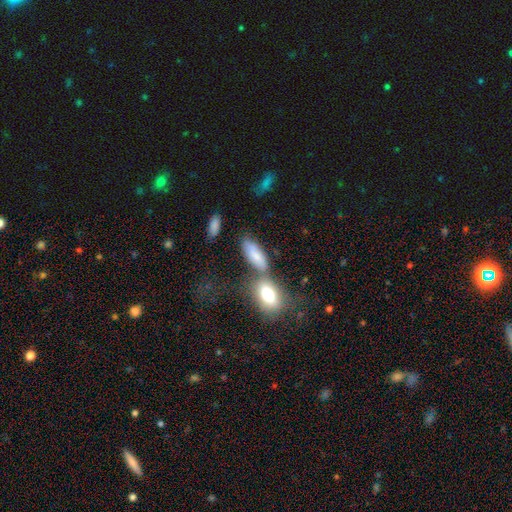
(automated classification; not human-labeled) Q: Smooth or featured?
A: smooth (72%); runner-up: featured or disk (19%)
Q: How rounded?
A: in between (73%); runner-up: cigar-shaped (23%)
Q: Merging?
A: none (49%); runner-up: merger (27%)